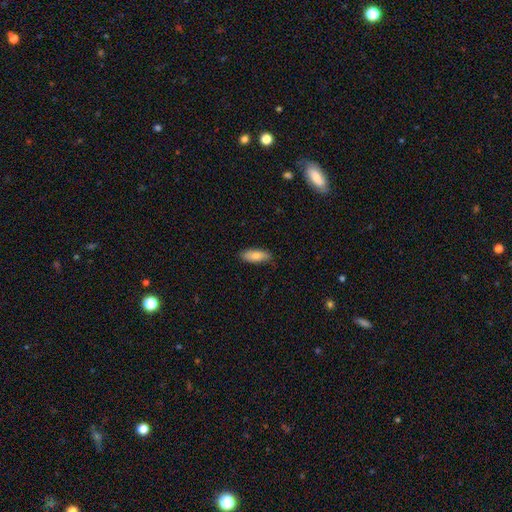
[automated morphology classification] Smooth or featured: smooth — 83% (featured or disk — 11%)
How rounded: in between — 73% (cigar-shaped — 26%)
Merging: none — 81% (minor disturbance — 15%)